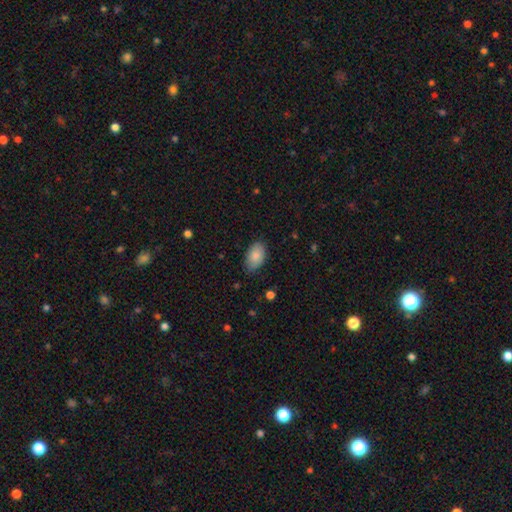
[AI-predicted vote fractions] smooth 86%, featured or disk 7%, star or artifact 6%. Down the decision tree: how rounded — in between (92%); merging — none (79%).